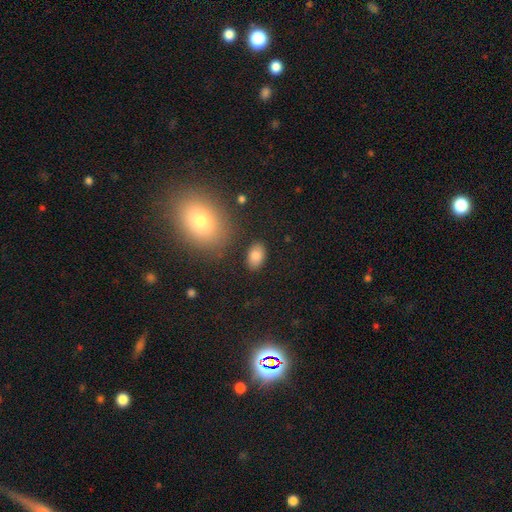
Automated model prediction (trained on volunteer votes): smooth_or_featured: smooth (p=0.84) [alt: star or artifact p=0.09]
how_rounded: in between (p=0.88) [alt: round p=0.11]
merging: none (p=0.84) [alt: minor disturbance p=0.10]